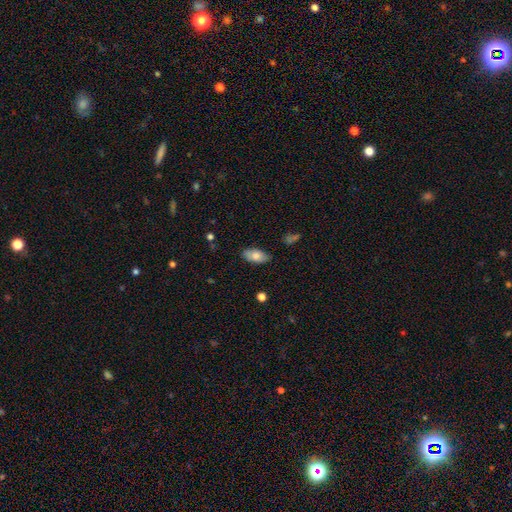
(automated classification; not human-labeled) This appears to be a smooth galaxy with no disk features (77%) that is in between round and cigar-shaped (92%). Merging: none (84%).